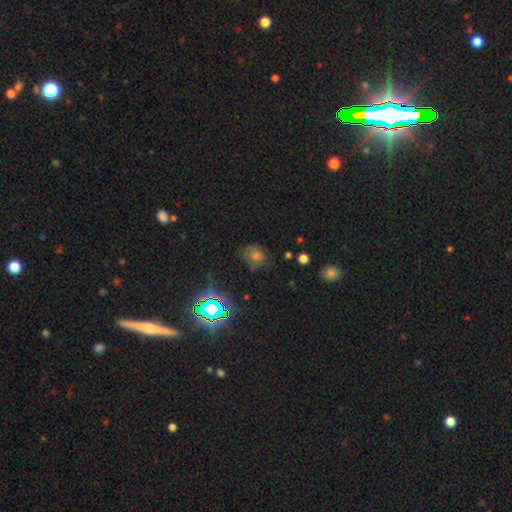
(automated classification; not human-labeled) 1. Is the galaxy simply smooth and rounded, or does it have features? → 53% smooth, 36% star or artifact, 11% featured or disk.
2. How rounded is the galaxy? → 66% round, 33% in between, 1% cigar-shaped.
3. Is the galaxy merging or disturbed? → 70% none, 20% minor disturbance, 8% major disturbance, 3% merger.